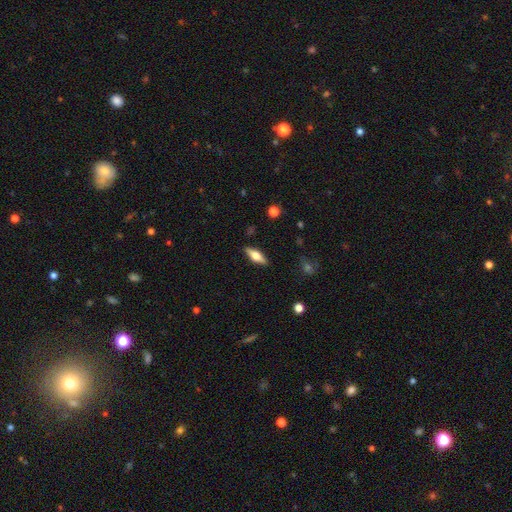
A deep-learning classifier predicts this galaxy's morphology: type=featured or disk (49%); merging=none (88%).